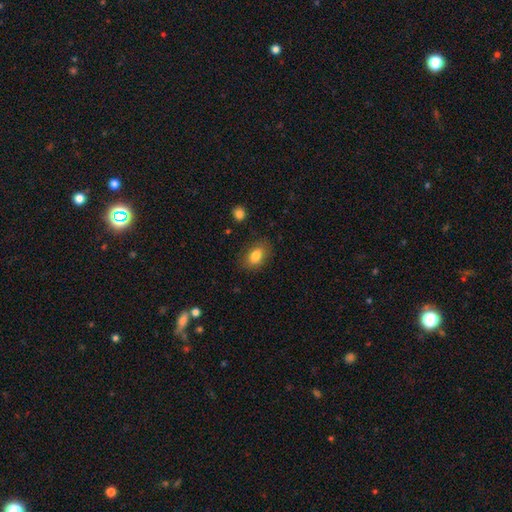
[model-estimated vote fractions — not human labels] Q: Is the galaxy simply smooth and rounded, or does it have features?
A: smooth — 82%.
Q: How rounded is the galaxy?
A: in between — 86%.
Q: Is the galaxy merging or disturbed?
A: none — 81%.